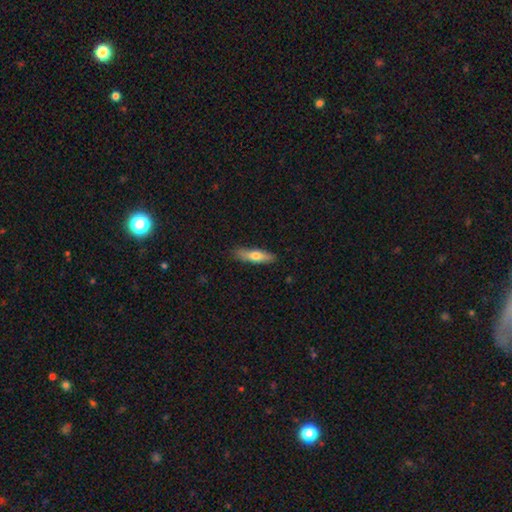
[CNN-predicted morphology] This appears to be a smooth galaxy with no disk features (64%) that is cigar-shaped (68%). Merging: none (86%).